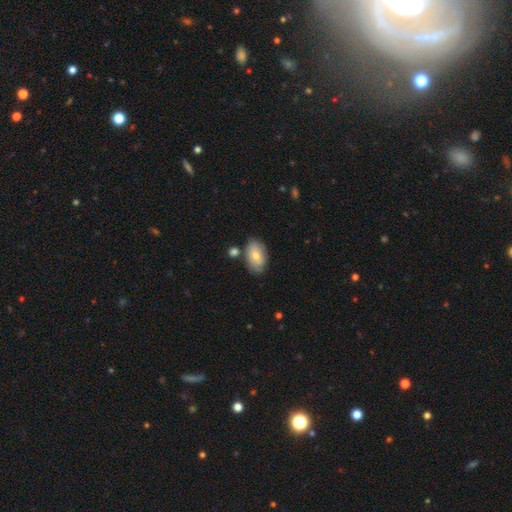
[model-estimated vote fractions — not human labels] Morphology: type=smooth (70%); roundness=in between (92%); merging=none (72%).